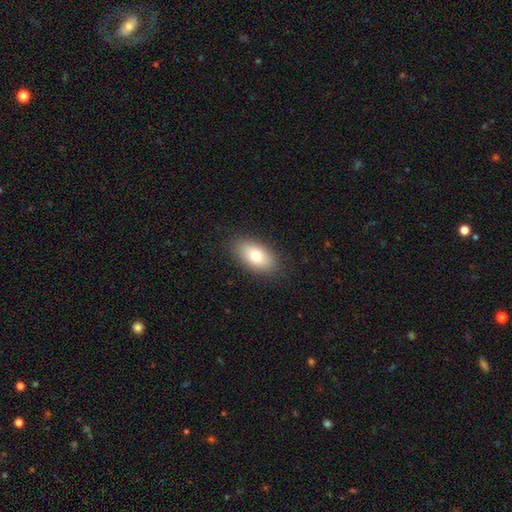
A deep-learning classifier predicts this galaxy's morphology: smooth 74%, featured or disk 18%, star or artifact 8%. Down the decision tree: how rounded — in between (91%); merging — none (87%).